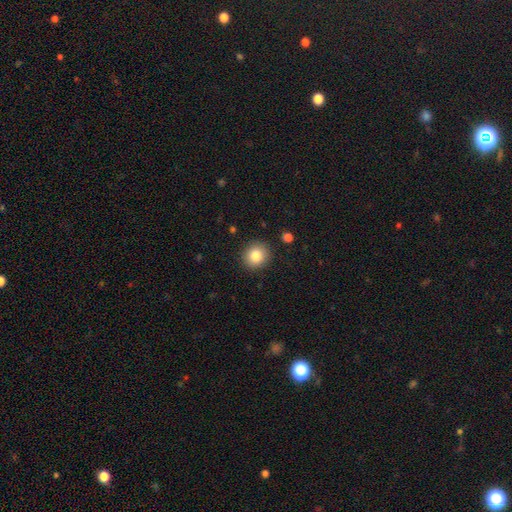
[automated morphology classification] Overall: smooth (83%). How rounded: round (83%). Merging: none (90%).